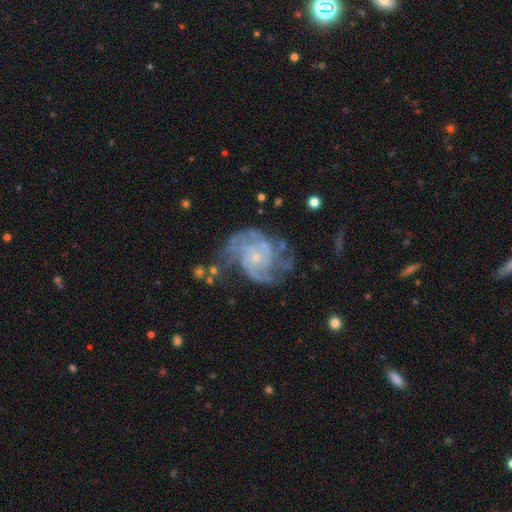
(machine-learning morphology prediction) Smooth or featured?
  - featured or disk: 88% *
  - star or artifact: 6%
  - smooth: 6%
Edge-on disk?
  - no: 98% *
  - yes: 2%
Bar?
  - no: 73% *
  - weak: 23%
  - strong: 4%
Spiral arms?
  - yes: 95% *
  - no: 5%
Spiral winding?
  - tight: 46% *
  - medium: 42%
  - loose: 12%
Spiral arm count?
  - 2: 34% *
  - 3: 23%
  - can't tell: 21%
  - 4: 10%
  - more than 4: 6%
  - 1: 6%
Bulge size?
  - small: 75% *
  - moderate: 19%
  - none: 4%
  - large: 1%
  - dominant: 1%
Merging?
  - none: 51% *
  - minor disturbance: 23%
  - major disturbance: 21%
  - merger: 4%